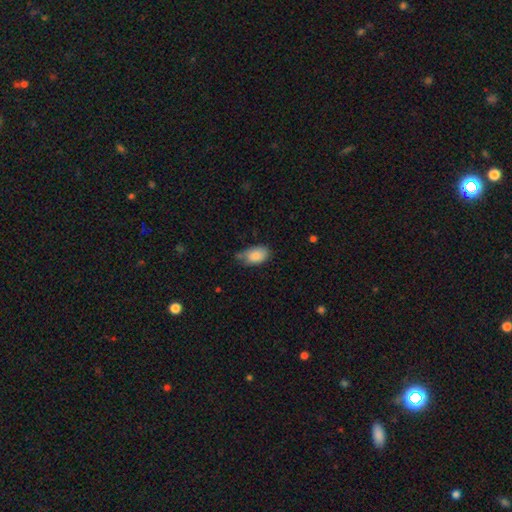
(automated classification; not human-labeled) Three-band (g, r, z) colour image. It shows a smooth galaxy with no disk features (85%) that is in between round and cigar-shaped (90%). Merging: none (54%).